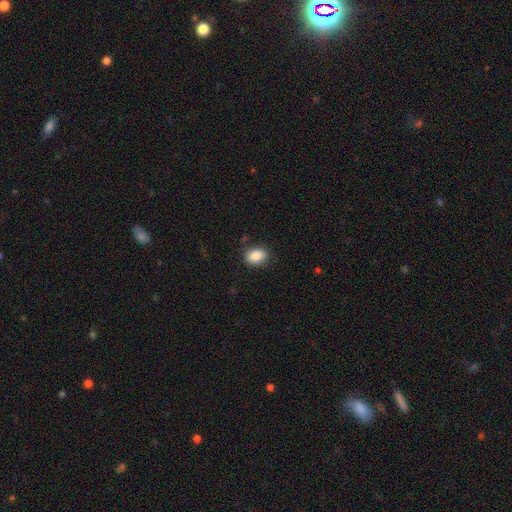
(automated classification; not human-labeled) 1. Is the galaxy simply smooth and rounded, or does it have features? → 87% smooth, 8% star or artifact, 4% featured or disk.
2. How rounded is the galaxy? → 67% in between, 32% round, 1% cigar-shaped.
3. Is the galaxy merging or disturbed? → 81% none, 14% minor disturbance, 3% major disturbance, 2% merger.